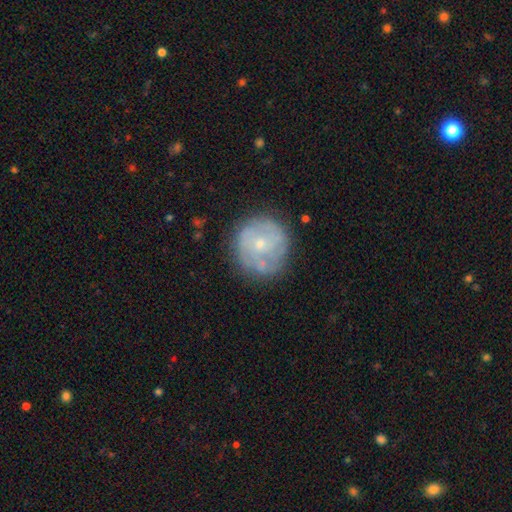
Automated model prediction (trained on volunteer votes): Smooth or featured? Predicted: featured or disk (p=0.53). Edge-on disk? Predicted: no (p=0.96). Bar? Predicted: no (p=0.63). Spiral arms? Predicted: yes (p=0.63). Bulge size? Predicted: small (p=0.65). Merging? Predicted: none (p=0.81).